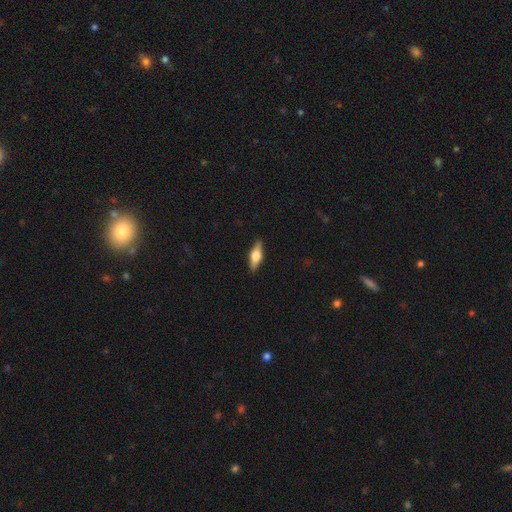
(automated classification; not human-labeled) This appears to be a smooth galaxy with no disk features (50%) that is in between round and cigar-shaped (62%). Merging: none (89%).